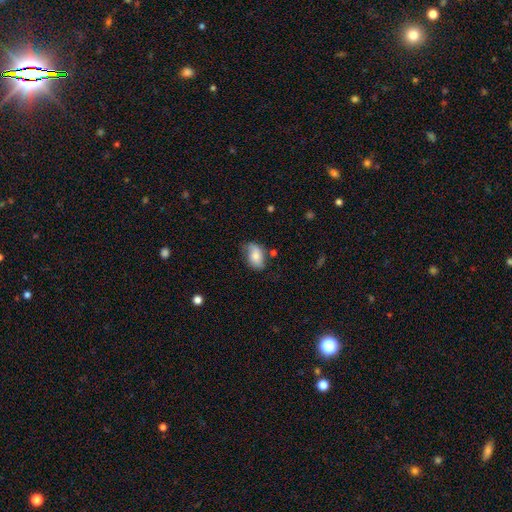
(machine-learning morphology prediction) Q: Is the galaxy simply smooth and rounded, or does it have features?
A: smooth — 65%.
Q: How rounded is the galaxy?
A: in between — 89%.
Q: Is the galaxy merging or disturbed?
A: none — 56%.